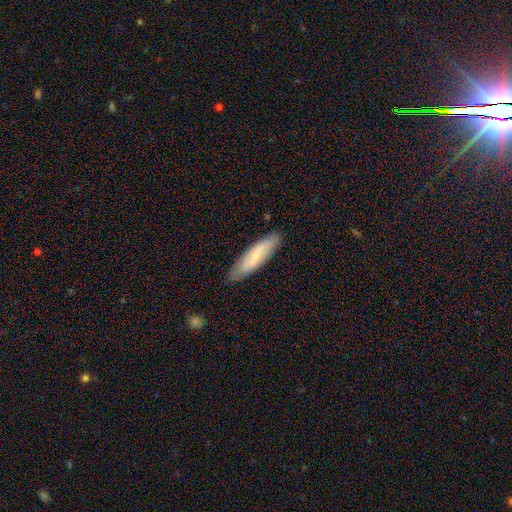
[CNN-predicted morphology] Smooth or featured?
  - smooth: 66% *
  - featured or disk: 28%
  - star or artifact: 6%
How rounded?
  - cigar-shaped: 70% *
  - in between: 28%
  - round: 1%
Merging?
  - none: 84% *
  - minor disturbance: 13%
  - major disturbance: 2%
  - merger: 1%